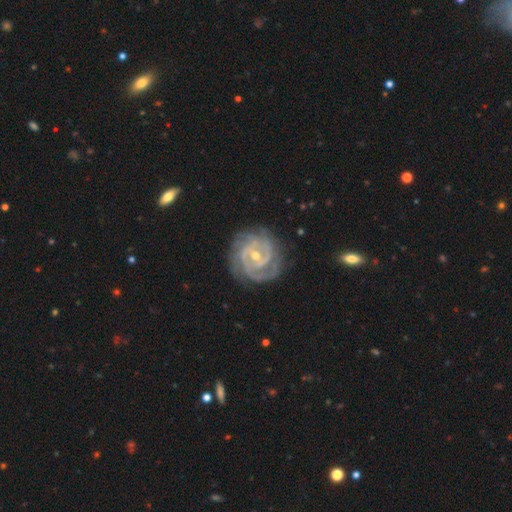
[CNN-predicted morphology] featured or disk 91%, smooth 4%, star or artifact 4%. Down the decision tree: edge-on disk — no (98%); bar — weak (43%); spiral arms — yes (98%); spiral arm count — 2 (37%); spiral winding — tight (74%); bulge size — small (52%); merging — none (77%).